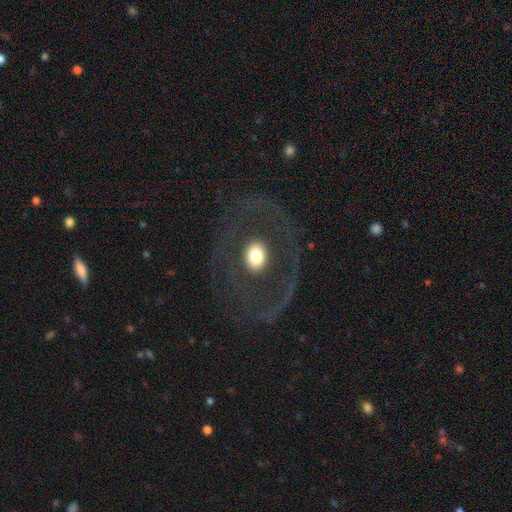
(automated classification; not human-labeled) This is possibly a smooth galaxy (49%). Merging: likely none (74%).